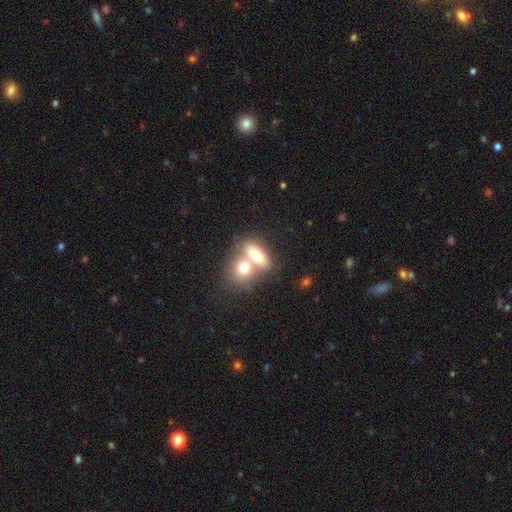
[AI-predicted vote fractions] Smooth or featured? smooth (70%)
How rounded? in between (73%)
Merging? merger (63%)